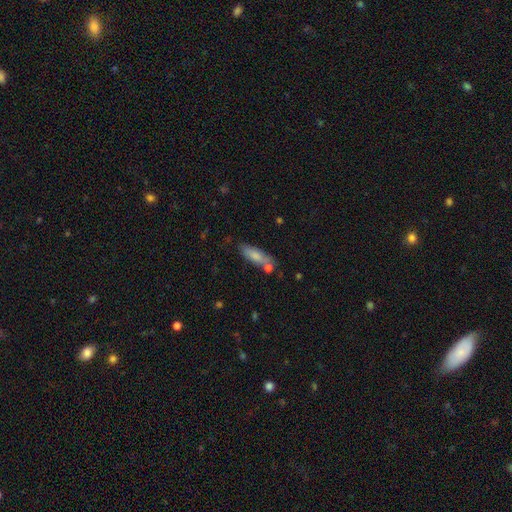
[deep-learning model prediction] Smooth or featured?
  - smooth: 76% *
  - featured or disk: 17%
  - star or artifact: 7%
How rounded?
  - cigar-shaped: 54% *
  - in between: 43%
  - round: 2%
Merging?
  - none: 66% *
  - minor disturbance: 17%
  - merger: 13%
  - major disturbance: 4%